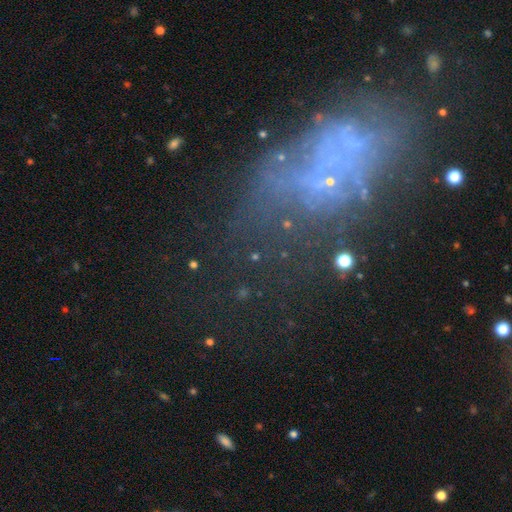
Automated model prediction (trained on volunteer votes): Smooth or featured? featured or disk (43%)
Merging? none (40%)